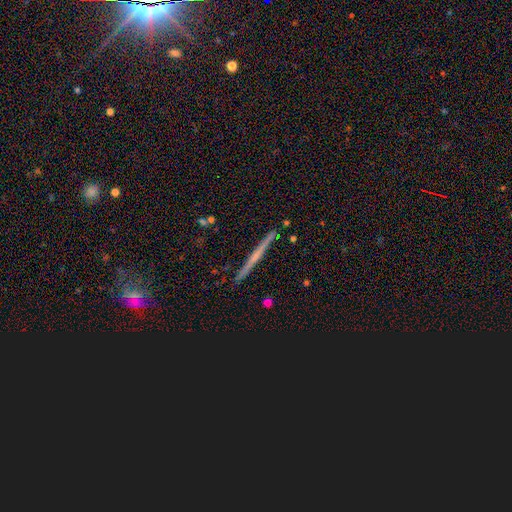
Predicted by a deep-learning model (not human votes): Smooth or featured? Predicted: featured or disk (p=0.63). Edge-on disk? Predicted: yes (p=0.98). Edge-on bulge? Predicted: none (p=0.60). Merging? Predicted: none (p=0.91).